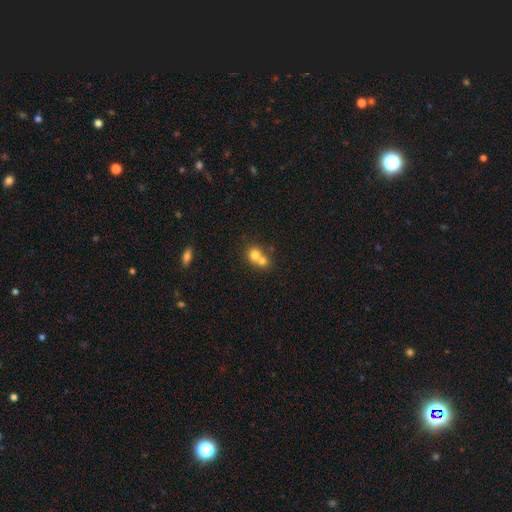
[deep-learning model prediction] Smooth or featured: smooth — 71% (featured or disk — 16%)
How rounded: round — 78% (in between — 20%)
Merging: merger — 62% (none — 30%)